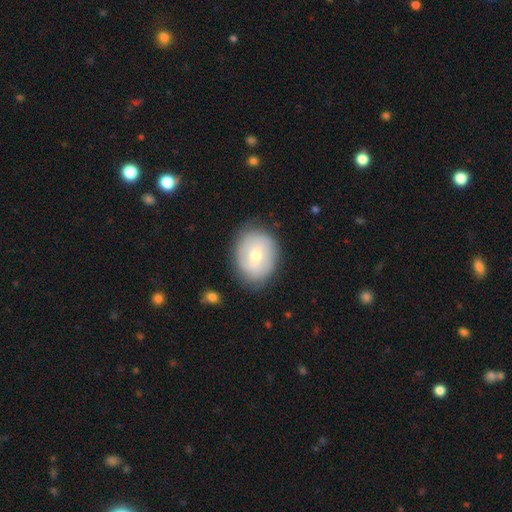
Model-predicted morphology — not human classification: type=smooth (47%); merging=none (77%).